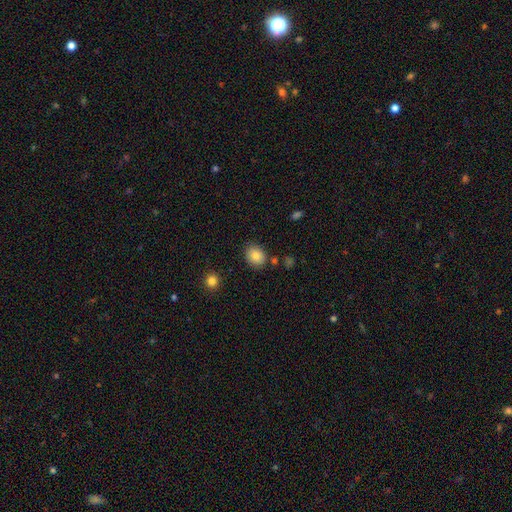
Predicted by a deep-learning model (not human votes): Q: Smooth or featured?
A: smooth (83%); runner-up: star or artifact (9%)
Q: How rounded?
A: in between (51%); runner-up: round (48%)
Q: Merging?
A: none (83%); runner-up: minor disturbance (10%)